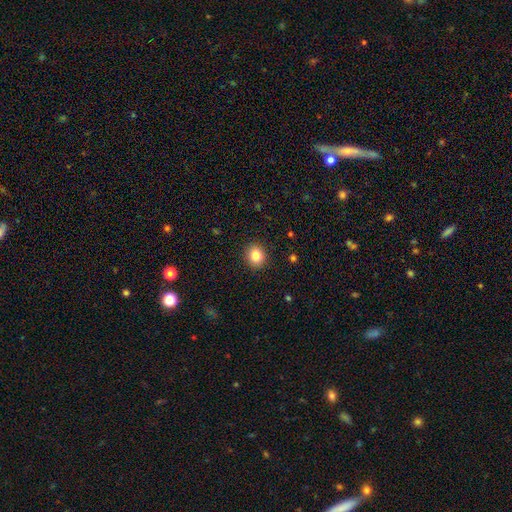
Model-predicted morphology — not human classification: Overall: smooth (83%). How rounded: round (75%). Merging: none (91%).